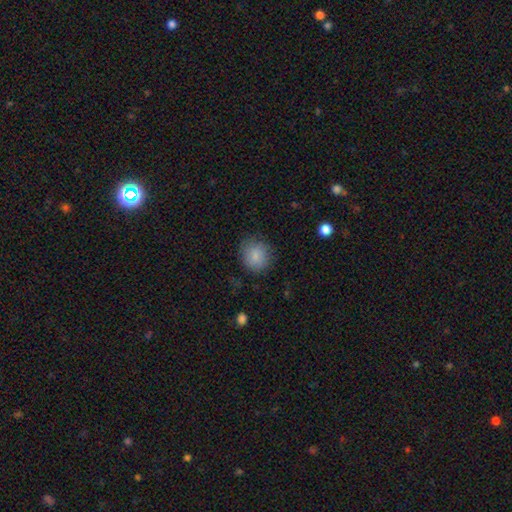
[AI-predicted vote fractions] The model was most divided on "merging": none: 78%, minor disturbance: 16%, major disturbance: 5%, merger: 1%. More confident: smooth or featured — smooth (85%); how rounded — round (84%).